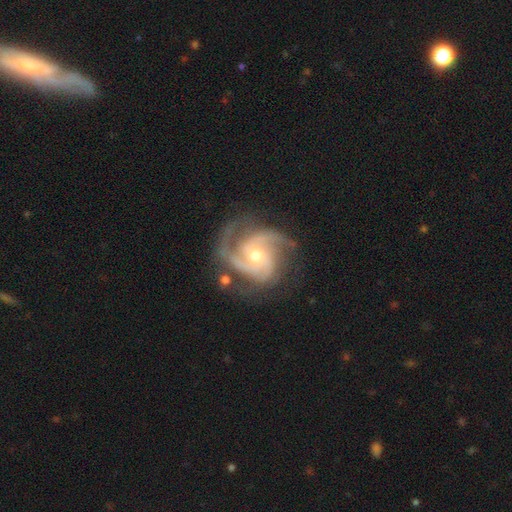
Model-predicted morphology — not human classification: featured or disk 91%, star or artifact 4%, smooth 4%. Down the decision tree: edge-on disk — no (98%); bar — no (62%); spiral arms — yes (98%); spiral arm count — 3 (57%); spiral winding — medium (47%); bulge size — moderate (56%); merging — none (67%).